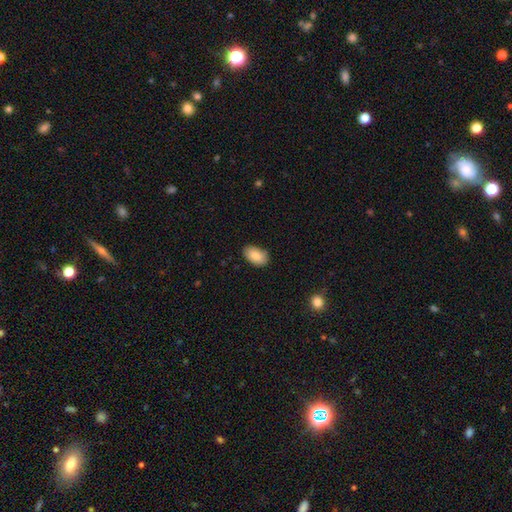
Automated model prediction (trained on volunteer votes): Q: Smooth or featured?
A: smooth (85%); runner-up: featured or disk (8%)
Q: How rounded?
A: in between (93%); runner-up: round (6%)
Q: Merging?
A: none (84%); runner-up: minor disturbance (13%)